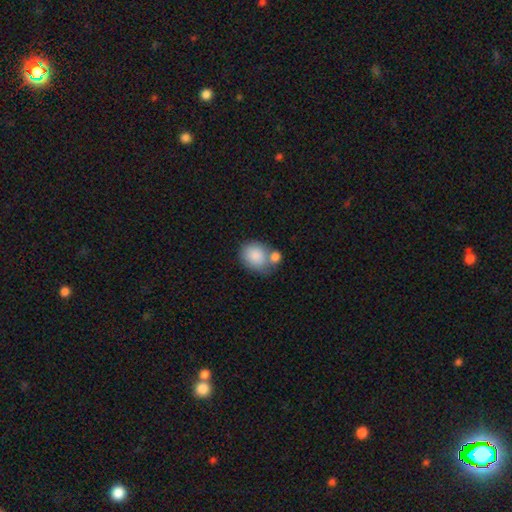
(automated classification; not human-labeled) This appears to be a smooth galaxy with no disk features (85%) that is in between round and cigar-shaped (51%). Merging: none (43%).